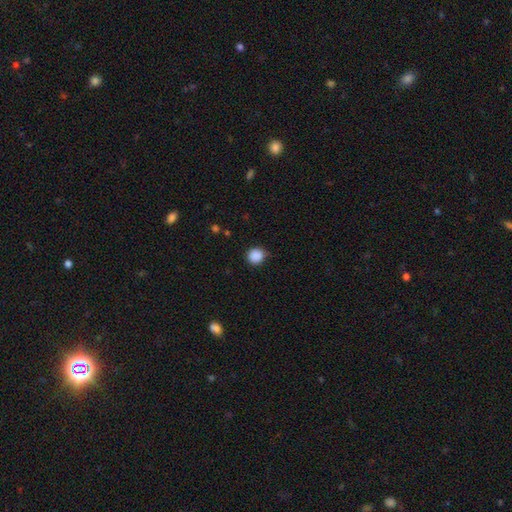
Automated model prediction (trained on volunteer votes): Smooth or featured? smooth (88%)
How rounded? round (90%)
Merging? none (79%)